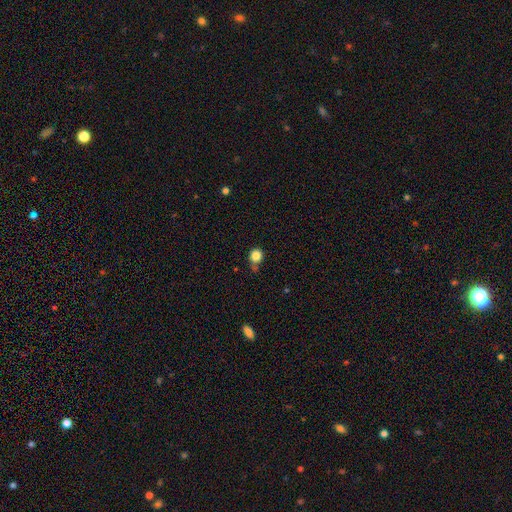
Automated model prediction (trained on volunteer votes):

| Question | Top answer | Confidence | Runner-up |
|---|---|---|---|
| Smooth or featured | smooth | 84% | star or artifact (11%) |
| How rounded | round | 83% | in between (16%) |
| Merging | none | 61% | minor disturbance (24%) |